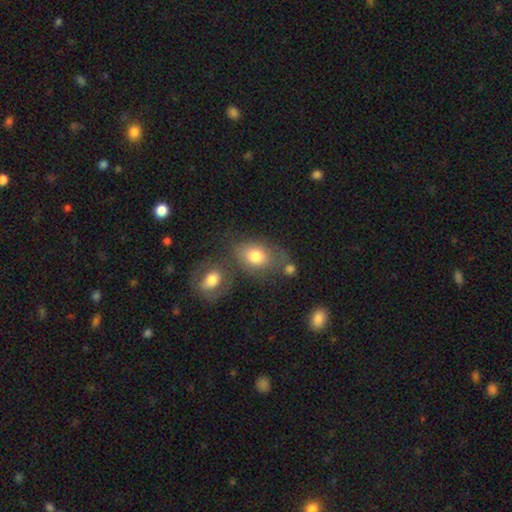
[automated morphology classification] A smooth galaxy with no disk features (76%) that is in between round and cigar-shaped (68%).

Vote fractions:
- Smooth or featured? smooth: 76% / featured or disk: 15% / star or artifact: 9%
- How rounded? in between: 68% / round: 30% / cigar-shaped: 1%
- Merging? none: 46% / merger: 29% / minor disturbance: 17% / major disturbance: 8%